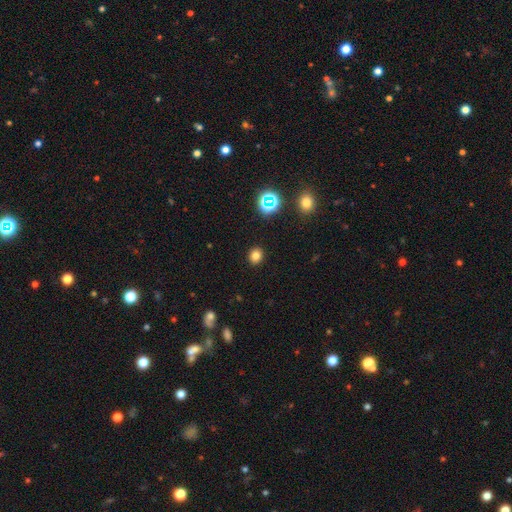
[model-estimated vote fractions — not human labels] Q: Smooth or featured?
A: smooth (78%); runner-up: star or artifact (17%)
Q: How rounded?
A: round (72%); runner-up: in between (27%)
Q: Merging?
A: none (91%); runner-up: minor disturbance (6%)